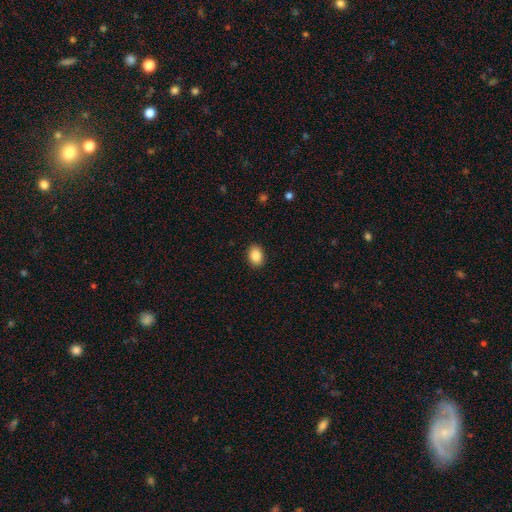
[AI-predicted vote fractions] Overall: smooth (87%). How rounded: in between (71%). Merging: none (90%).